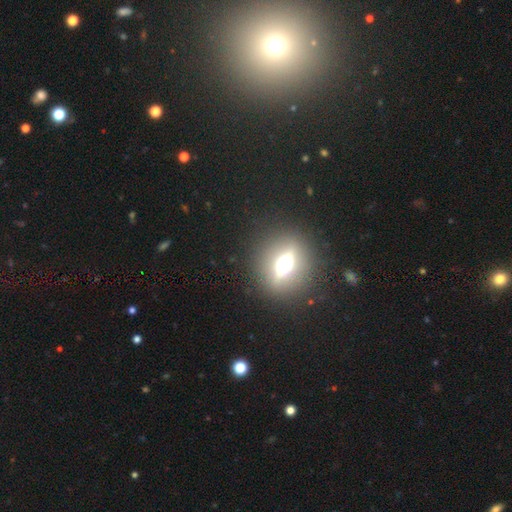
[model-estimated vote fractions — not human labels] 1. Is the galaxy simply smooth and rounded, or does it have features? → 52% featured or disk, 30% smooth, 18% star or artifact.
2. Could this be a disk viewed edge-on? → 69% yes, 31% no.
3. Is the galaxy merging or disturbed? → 87% none, 7% minor disturbance, 4% major disturbance, 2% merger.